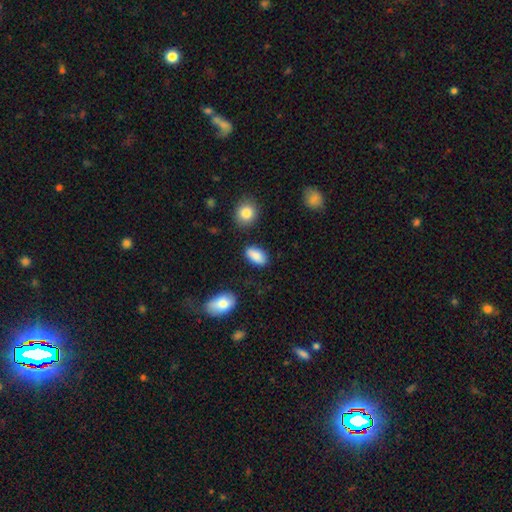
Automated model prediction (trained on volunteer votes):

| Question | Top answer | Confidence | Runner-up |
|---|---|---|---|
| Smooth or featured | smooth | 86% | star or artifact (7%) |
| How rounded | in between | 92% | round (4%) |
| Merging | none | 81% | minor disturbance (13%) |